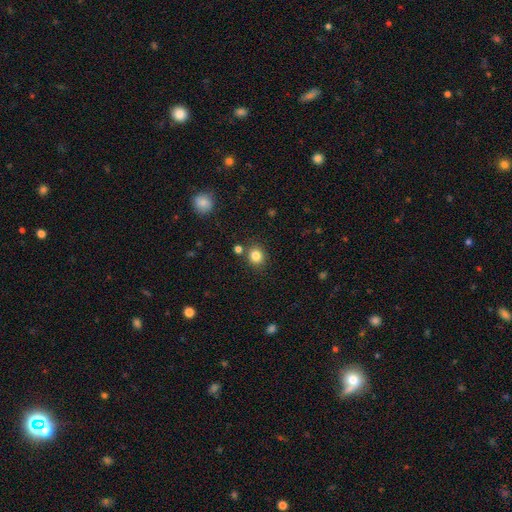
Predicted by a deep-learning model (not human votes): Q: Smooth or featured?
A: smooth (83%); runner-up: star or artifact (11%)
Q: How rounded?
A: round (77%); runner-up: in between (22%)
Q: Merging?
A: none (80%); runner-up: minor disturbance (9%)